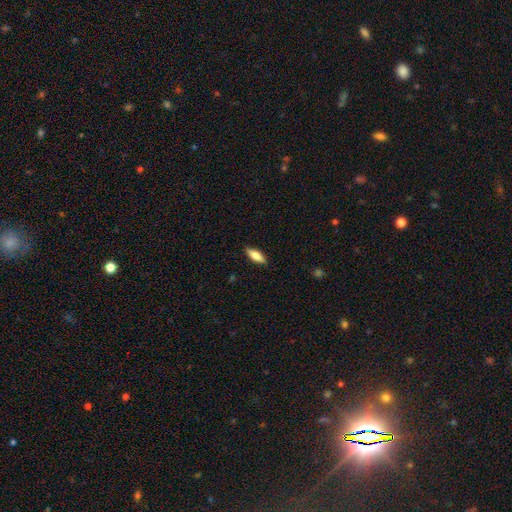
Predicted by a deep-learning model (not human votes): Smooth or featured? Predicted: smooth (p=0.70). How rounded? Predicted: in between (p=0.62). Merging? Predicted: none (p=0.88).